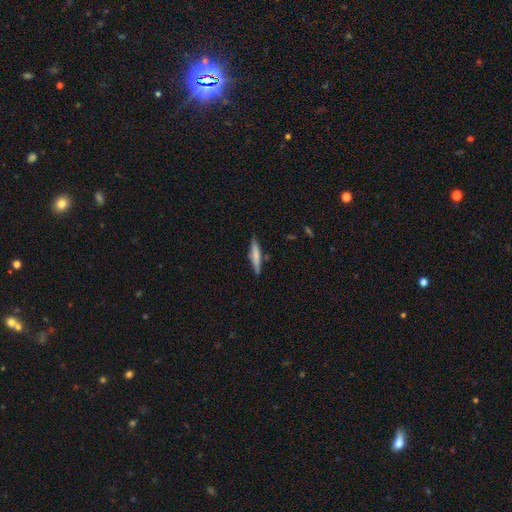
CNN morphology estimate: smooth_or_featured: smooth (p=0.67) [alt: featured or disk p=0.27]
how_rounded: cigar-shaped (p=0.90) [alt: in between p=0.08]
merging: none (p=0.84) [alt: minor disturbance p=0.12]